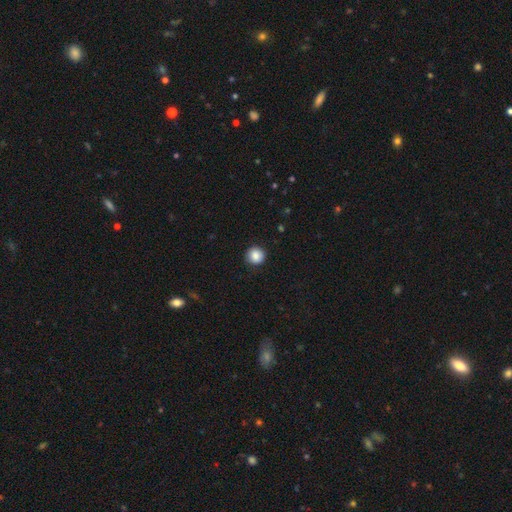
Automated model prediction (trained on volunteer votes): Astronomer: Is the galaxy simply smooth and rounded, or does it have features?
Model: smooth — 87%.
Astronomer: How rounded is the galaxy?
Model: round — 93%.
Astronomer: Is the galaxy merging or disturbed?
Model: none — 89%.